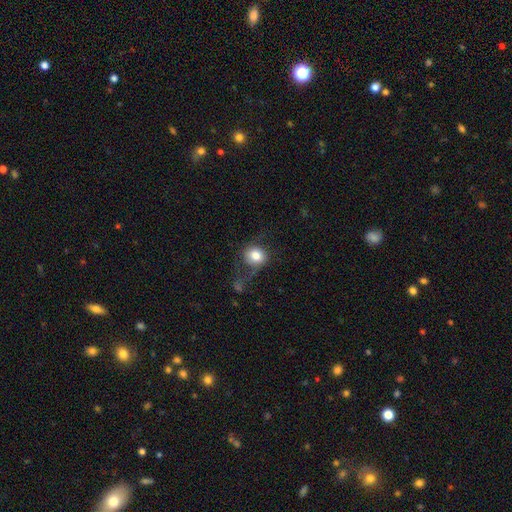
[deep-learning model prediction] smooth-or-featured: smooth: 75% | featured or disk: 17% | star or artifact: 9%
  how-rounded: round: 71% | in between: 27% | cigar-shaped: 1%
  merging: none: 47% | major disturbance: 27% | minor disturbance: 22% | merger: 4%